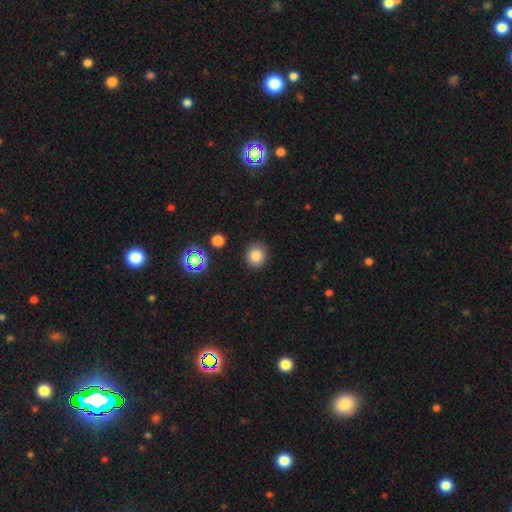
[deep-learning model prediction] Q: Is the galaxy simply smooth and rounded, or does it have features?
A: smooth — 83%.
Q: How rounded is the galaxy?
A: round — 86%.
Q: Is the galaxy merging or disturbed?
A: none — 88%.